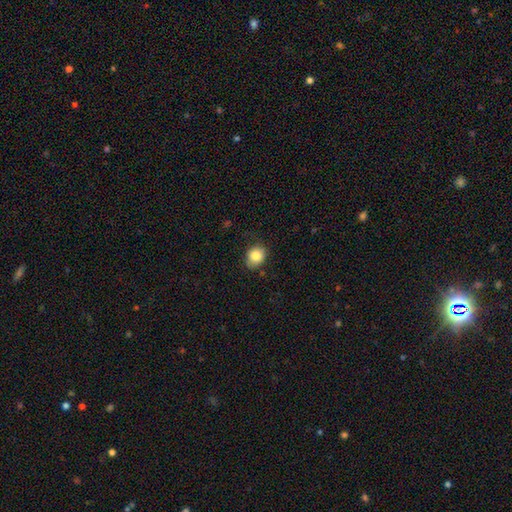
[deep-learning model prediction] smooth_or_featured: smooth (p=0.85) [alt: star or artifact p=0.09]
how_rounded: round (p=0.58) [alt: in between p=0.41]
merging: none (p=0.74) [alt: minor disturbance p=0.20]